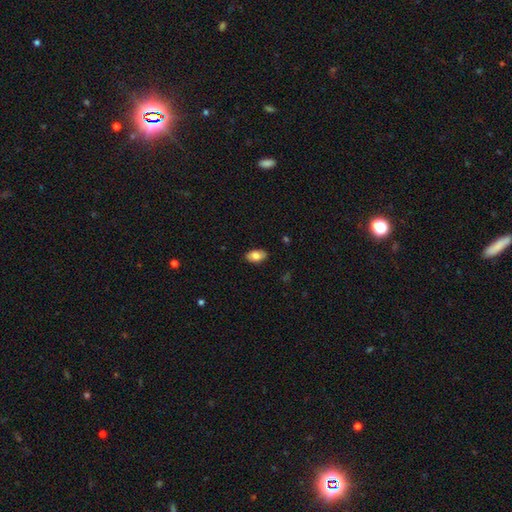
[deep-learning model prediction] Smooth or featured? smooth (80%)
How rounded? in between (93%)
Merging? none (88%)